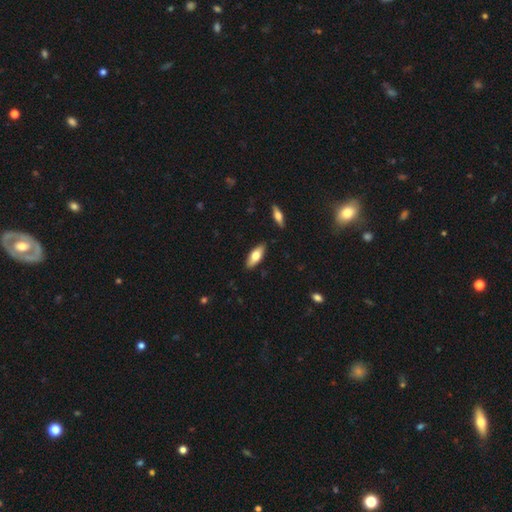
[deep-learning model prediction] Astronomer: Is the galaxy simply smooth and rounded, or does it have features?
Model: smooth — 69%.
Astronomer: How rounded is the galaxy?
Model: in between — 73%.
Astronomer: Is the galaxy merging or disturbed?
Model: none — 87%.